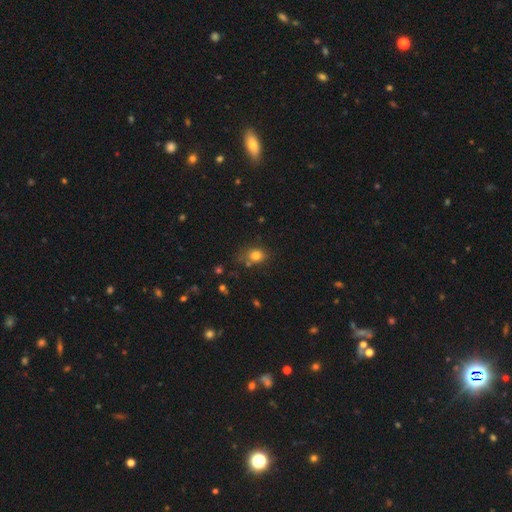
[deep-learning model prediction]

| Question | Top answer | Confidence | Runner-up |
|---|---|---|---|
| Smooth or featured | smooth | 79% | star or artifact (13%) |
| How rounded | round | 51% | in between (48%) |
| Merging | none | 65% | minor disturbance (20%) |